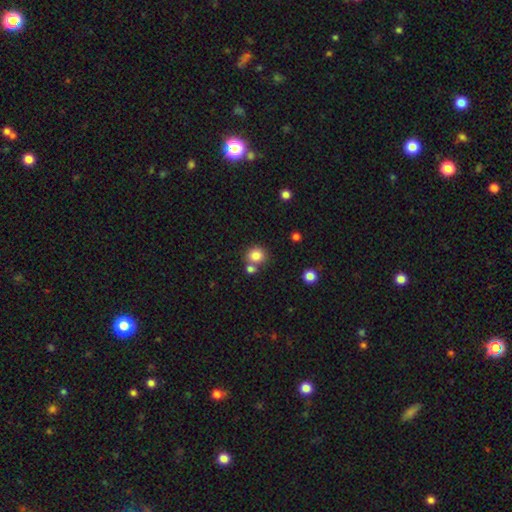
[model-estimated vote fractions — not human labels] This is clearly a smooth galaxy (83%). How rounded: likely round (79%). Merging: likely none (62%).